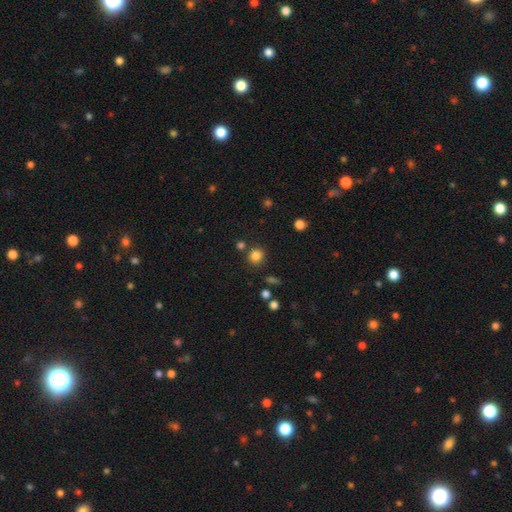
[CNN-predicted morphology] Q: Smooth or featured?
A: smooth (82%); runner-up: star or artifact (13%)
Q: How rounded?
A: round (87%); runner-up: in between (12%)
Q: Merging?
A: none (81%); runner-up: minor disturbance (9%)